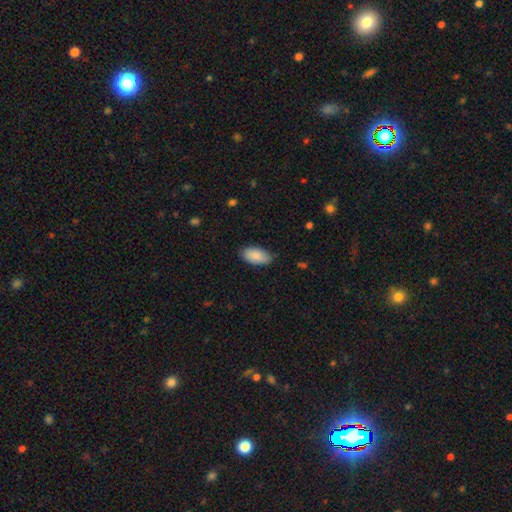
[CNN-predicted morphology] This appears to be a smooth galaxy with no disk features (88%) that is in between round and cigar-shaped (94%). Merging: none (84%).